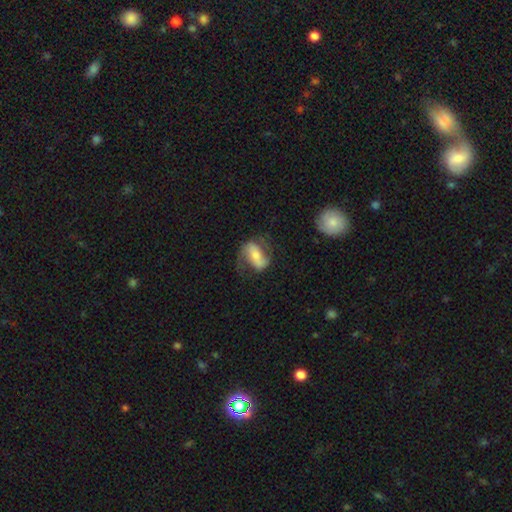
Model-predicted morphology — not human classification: This is likely a featured or disk galaxy (70%). It is clearly not viewed edge-on (95%). Bar: marginally strong (42%). Spiral arm pattern: clearly yes (89%). Spiral arm count: clearly 2 (87%). Spiral winding: marginally medium (42%, tied with loose). Central bulge: possibly moderate (45%). Merging: likely none (60%).